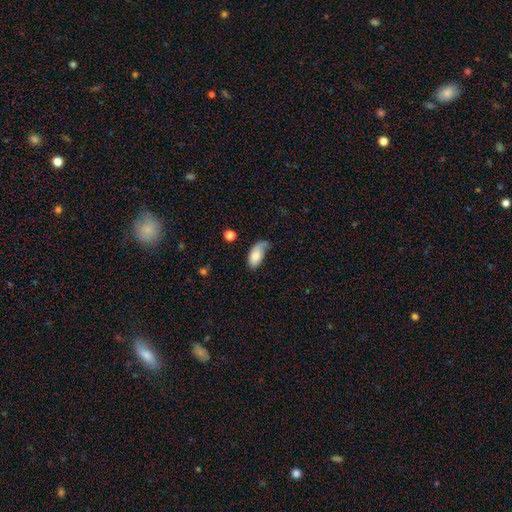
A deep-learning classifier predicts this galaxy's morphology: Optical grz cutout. It shows a smooth galaxy with no disk features (78%) that is in between round and cigar-shaped (92%). Merging: minor disturbance (41%).